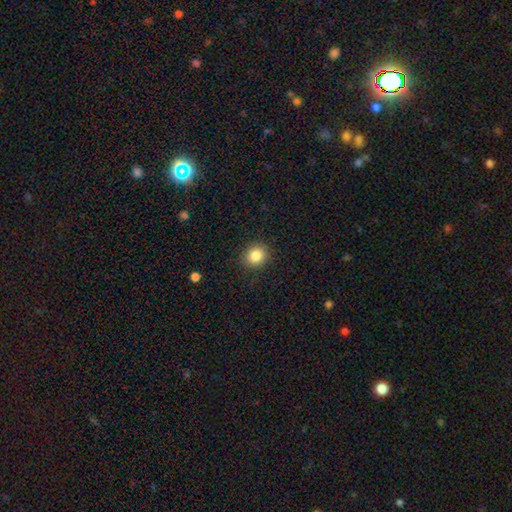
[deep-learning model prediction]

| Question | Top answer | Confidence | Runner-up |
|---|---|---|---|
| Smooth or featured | smooth | 85% | star or artifact (10%) |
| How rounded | round | 80% | in between (19%) |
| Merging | none | 89% | minor disturbance (8%) |